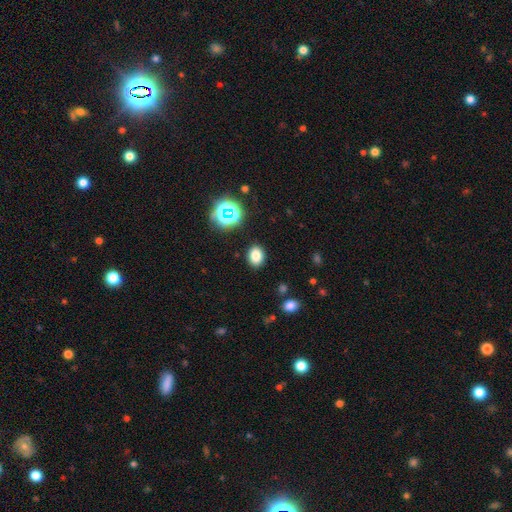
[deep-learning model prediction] Morphology: type=smooth (79%); roundness=in between (65%); merging=none (87%).